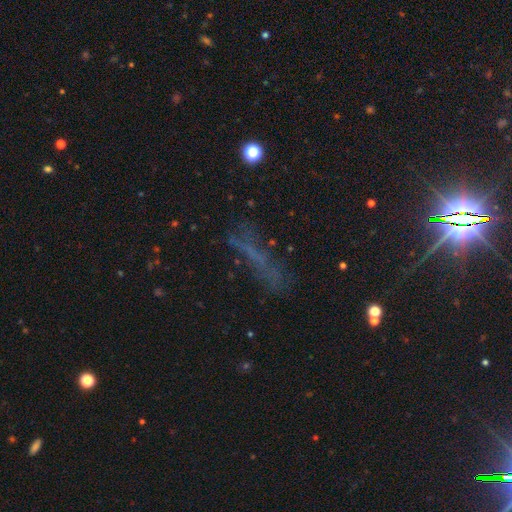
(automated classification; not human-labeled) Overall: star or artifact (40%; smooth 31%).